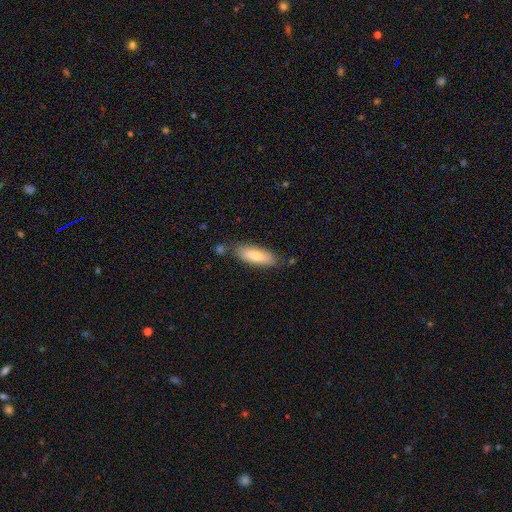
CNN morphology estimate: type=smooth (77%); roundness=in between (60%); merging=none (76%).